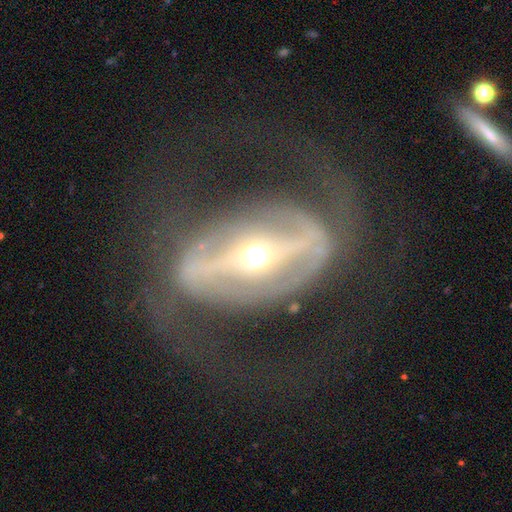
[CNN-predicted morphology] Q: Smooth or featured?
A: featured or disk (86%); runner-up: smooth (9%)
Q: Edge-on disk?
A: no (89%); runner-up: yes (11%)
Q: Bar?
A: strong (76%); runner-up: weak (15%)
Q: Spiral arms?
A: yes (65%); runner-up: no (35%)
Q: Bulge size?
A: moderate (67%); runner-up: small (22%)
Q: Merging?
A: none (63%); runner-up: major disturbance (23%)